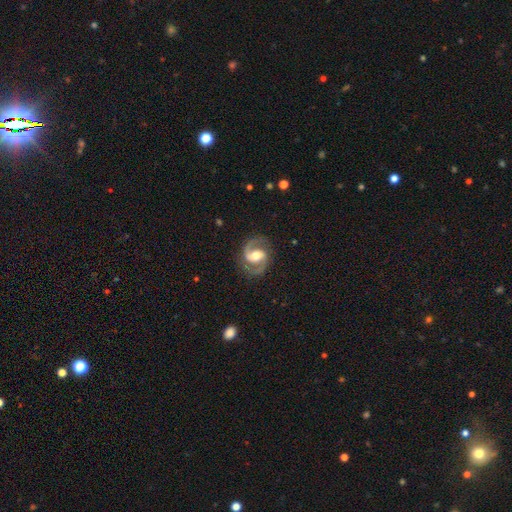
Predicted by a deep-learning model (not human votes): Overall: featured or disk (90%). Edge-on disk: no (98%). Bar: weak (46%; strong 27%). Spiral arms: yes (97%). Spiral arm count: 2 (94%). Spiral winding: medium (62%; tight 23%). Bulge size: moderate (69%). Merging: none (84%).